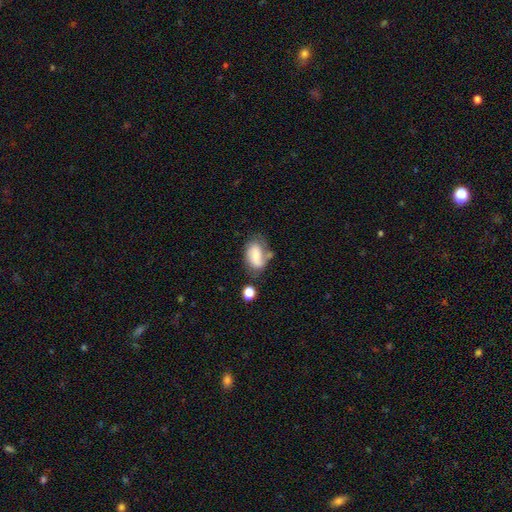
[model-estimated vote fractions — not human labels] Overall: smooth (58%; featured or disk 34%). How rounded: in between (88%). Merging: none (46%; minor disturbance 27%).